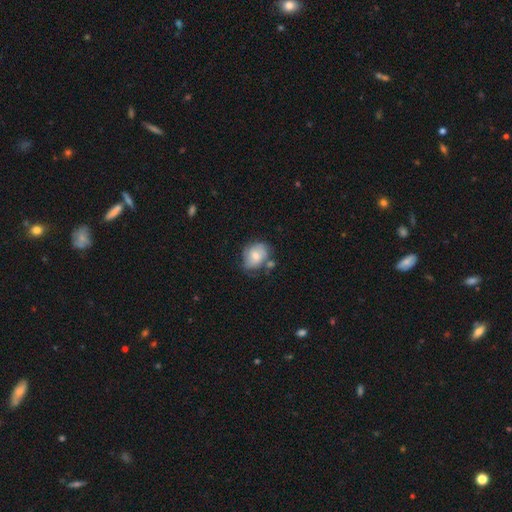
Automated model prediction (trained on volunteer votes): A smooth galaxy with no disk features (62%) that is in between round and cigar-shaped (53%).

Vote fractions:
- Smooth or featured? smooth: 62% / featured or disk: 30% / star or artifact: 8%
- How rounded? in between: 53% / round: 46% / cigar-shaped: 1%
- Merging? none: 49% / minor disturbance: 29% / merger: 12% / major disturbance: 10%